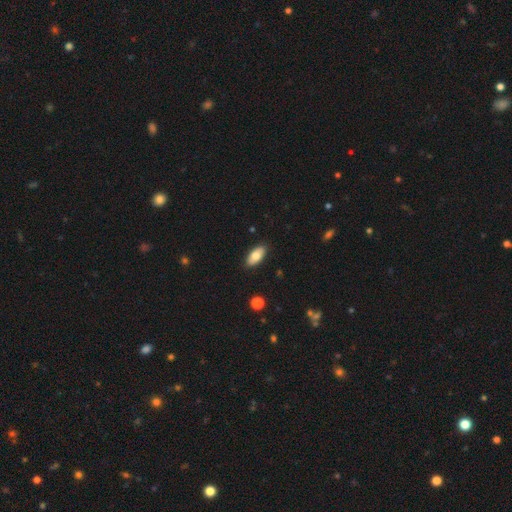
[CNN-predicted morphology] A smooth galaxy with no disk features (76%) that is in between round and cigar-shaped (90%).

Vote fractions:
- Smooth or featured? smooth: 76% / featured or disk: 17% / star or artifact: 6%
- How rounded? in between: 90% / cigar-shaped: 7% / round: 2%
- Merging? none: 88% / minor disturbance: 9% / major disturbance: 2% / merger: 1%